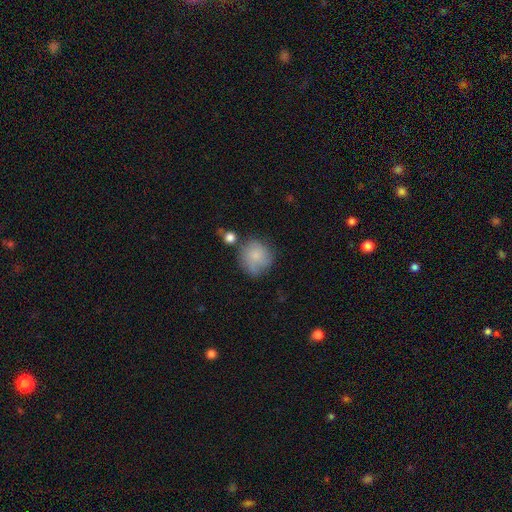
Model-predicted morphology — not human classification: Smooth or featured? smooth (72%)
How rounded? round (87%)
Merging? none (58%)